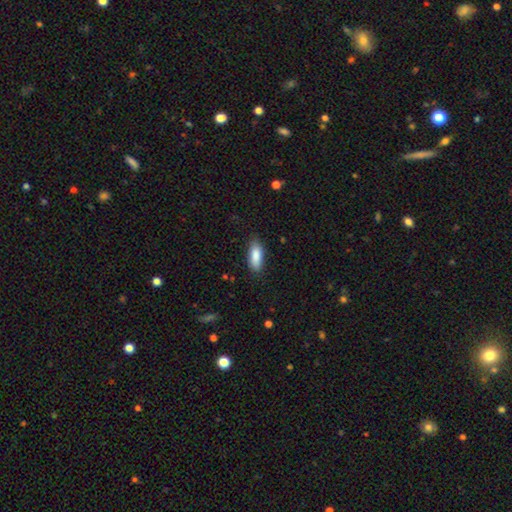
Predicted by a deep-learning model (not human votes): Overall: smooth (87%). How rounded: in between (74%). Merging: none (83%).